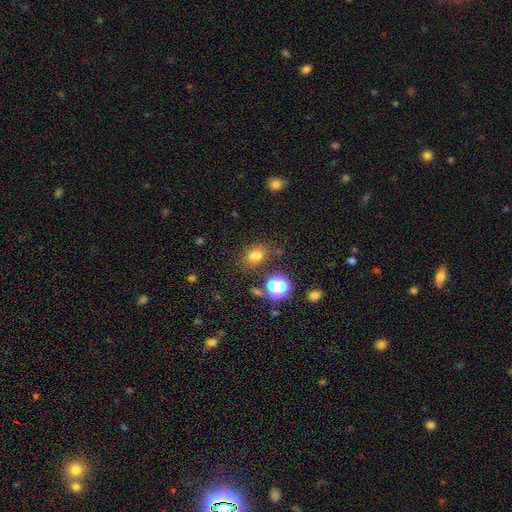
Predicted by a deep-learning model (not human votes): This appears to be a smooth galaxy with no disk features (75%) that is in between round and cigar-shaped (50%). Merging: none (79%).